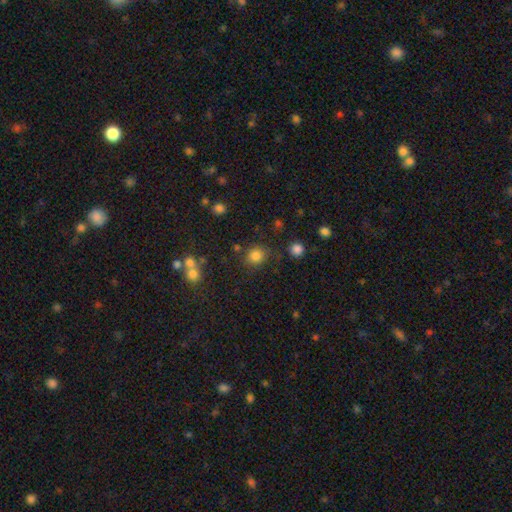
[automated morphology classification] This is clearly a smooth galaxy (81%). How rounded: clearly round (85%). Merging: likely none (78%).